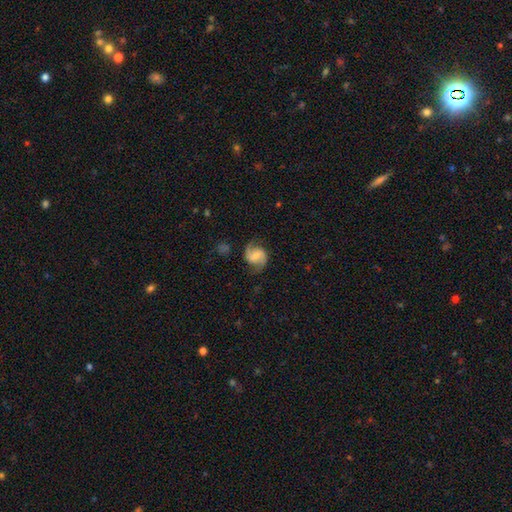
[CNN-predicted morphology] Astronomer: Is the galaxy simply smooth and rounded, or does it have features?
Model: featured or disk — 78%.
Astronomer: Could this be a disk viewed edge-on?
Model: no — 98%.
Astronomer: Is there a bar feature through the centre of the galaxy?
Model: weak — 49% (runner-up: no, 31%).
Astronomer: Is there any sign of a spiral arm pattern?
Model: yes — 96%.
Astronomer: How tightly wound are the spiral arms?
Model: medium — 49% (runner-up: loose, 34%).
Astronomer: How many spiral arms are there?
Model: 2 — 92%.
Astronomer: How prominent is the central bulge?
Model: small — 41% (runner-up: moderate, 38%).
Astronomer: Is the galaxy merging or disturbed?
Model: none — 76%.